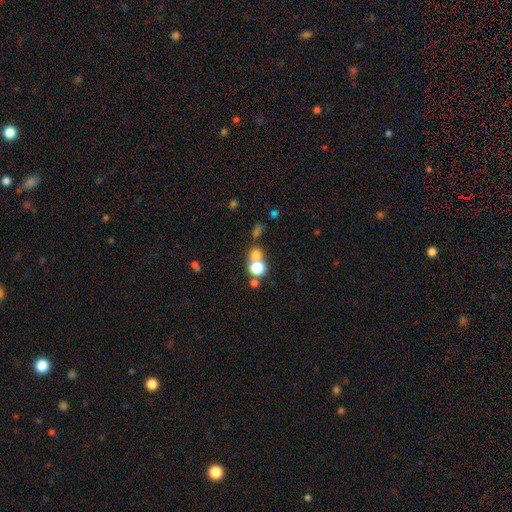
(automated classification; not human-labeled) Q: Smooth or featured?
A: smooth (69%); runner-up: star or artifact (20%)
Q: How rounded?
A: round (82%); runner-up: in between (16%)
Q: Merging?
A: none (49%); runner-up: merger (40%)